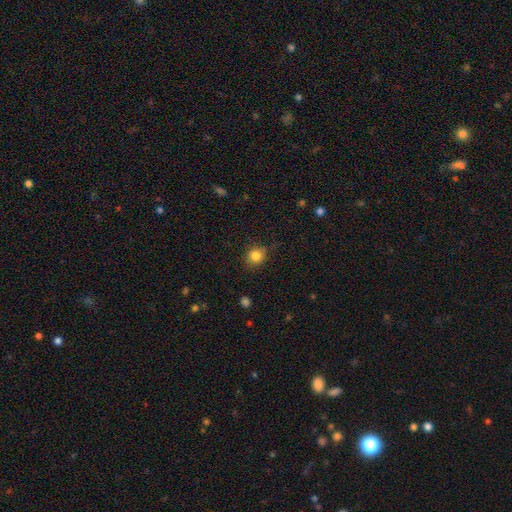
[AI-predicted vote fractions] Overall: smooth (83%). How rounded: round (81%). Merging: none (79%).